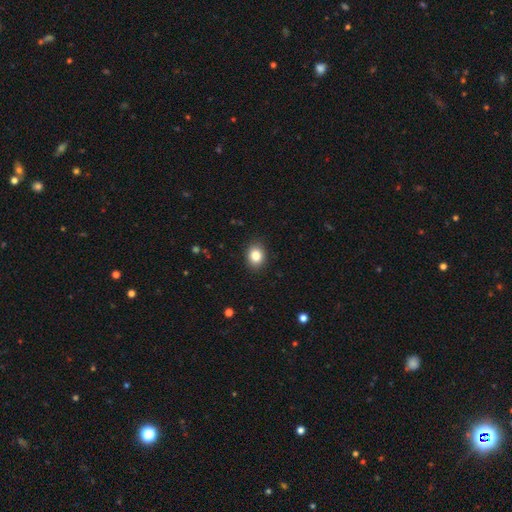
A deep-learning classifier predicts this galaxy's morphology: Smooth or featured: smooth — 84% (star or artifact — 10%)
How rounded: round — 50% (tied with in between — 50%)
Merging: none — 89% (minor disturbance — 8%)